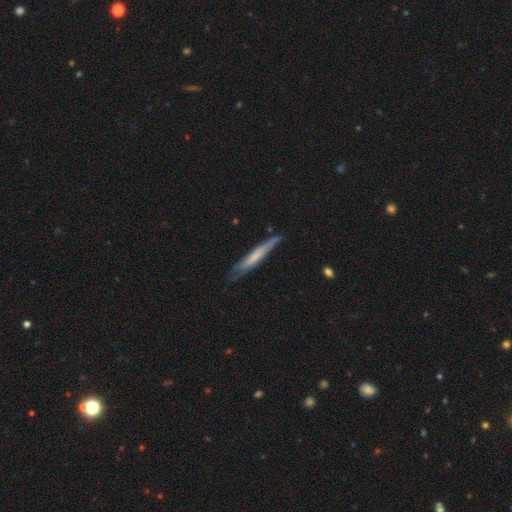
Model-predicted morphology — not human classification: The model was most divided on "smooth or featured": smooth: 53%, featured or disk: 41%, star or artifact: 6%. More confident: how rounded — cigar-shaped (94%); merging — none (67%).